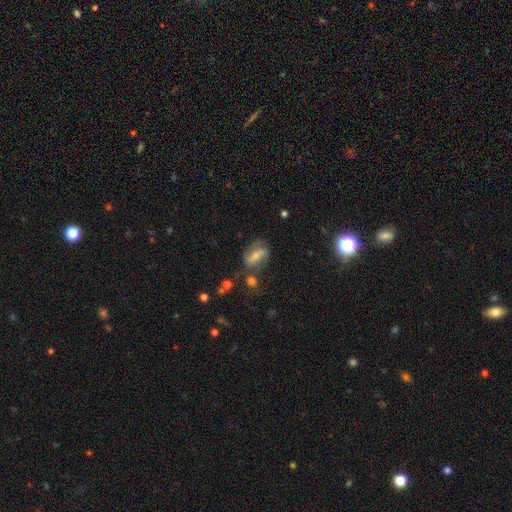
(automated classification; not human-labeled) featured or disk 53%, smooth 31%, star or artifact 16%. Down the decision tree: edge-on disk — no (88%); merging — none (66%).